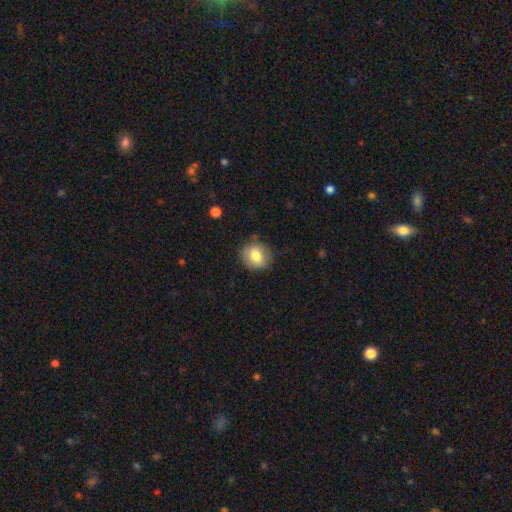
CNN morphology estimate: Smooth or featured?
  - smooth: 77% *
  - featured or disk: 14%
  - star or artifact: 8%
How rounded?
  - round: 75% *
  - in between: 24%
  - cigar-shaped: 1%
Merging?
  - none: 80% *
  - minor disturbance: 15%
  - major disturbance: 4%
  - merger: 1%